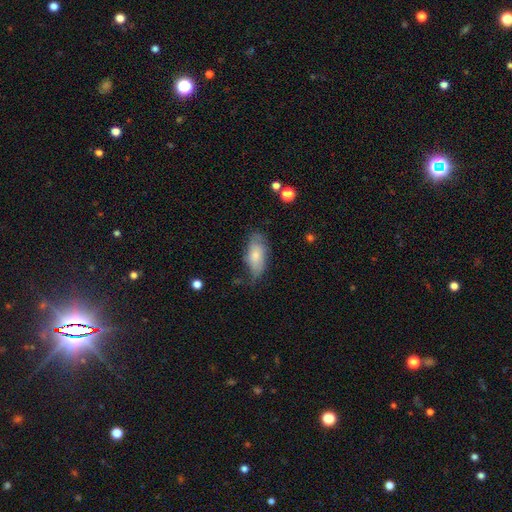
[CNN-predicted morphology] A smooth galaxy with no disk features (70%) that is in between round and cigar-shaped (89%).

Vote fractions:
- Smooth or featured? smooth: 70% / featured or disk: 23% / star or artifact: 7%
- How rounded? in between: 89% / cigar-shaped: 8% / round: 3%
- Merging? none: 55% / minor disturbance: 32% / major disturbance: 10% / merger: 2%